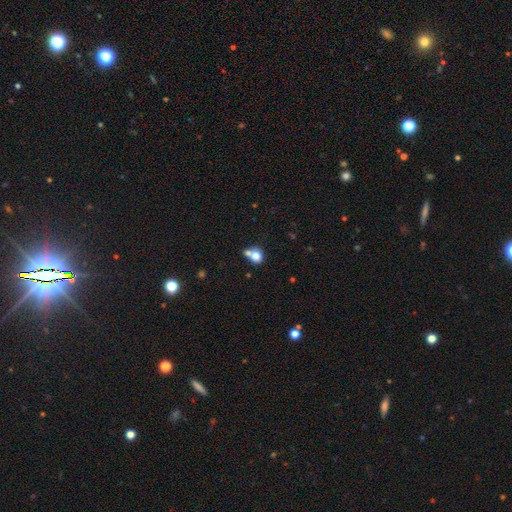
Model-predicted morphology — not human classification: The model was most divided on "merging": merger: 48%, none: 39%, minor disturbance: 9%, major disturbance: 4%. More confident: smooth or featured — smooth (76%); how rounded — round (68%).